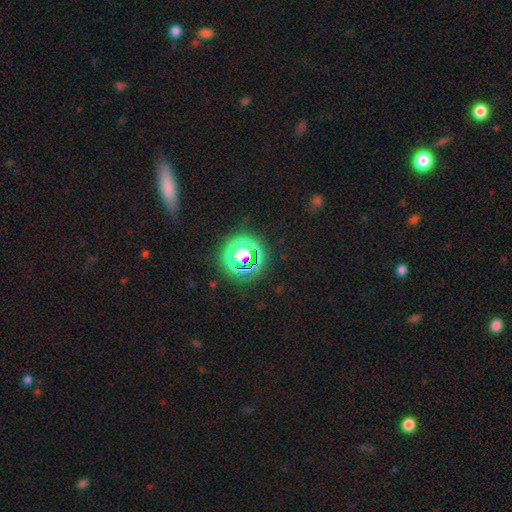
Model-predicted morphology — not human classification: Smooth or featured? Predicted: star or artifact (p=0.62).